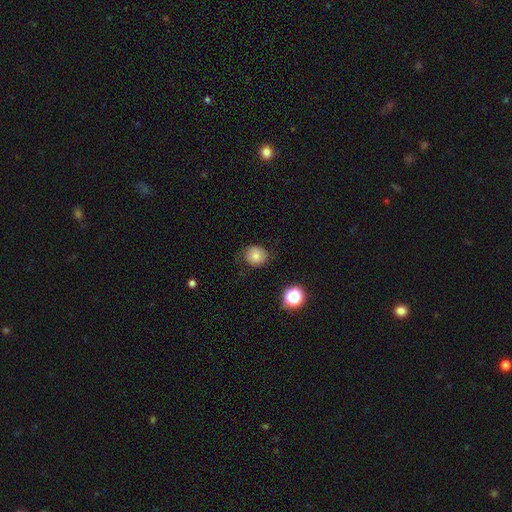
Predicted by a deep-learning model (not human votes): The model was most divided on "merging": none: 73%, minor disturbance: 19%, major disturbance: 6%, merger: 1%. More confident: how rounded — round (79%); smooth or featured — smooth (73%).